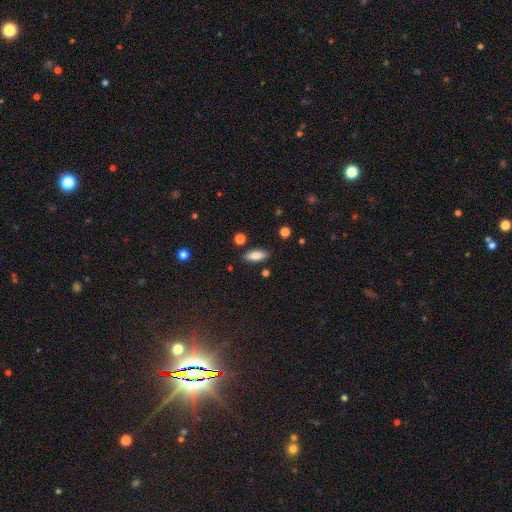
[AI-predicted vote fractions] smooth_or_featured: smooth (p=0.79) [alt: featured or disk p=0.14]
how_rounded: in between (p=0.71) [alt: cigar-shaped p=0.26]
merging: none (p=0.85) [alt: minor disturbance p=0.10]